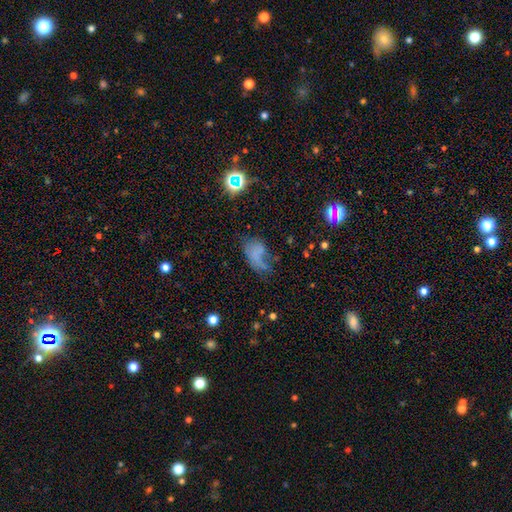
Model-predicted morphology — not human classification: Smooth or featured? Predicted: smooth (p=0.49). Merging? Predicted: major disturbance (p=0.37).